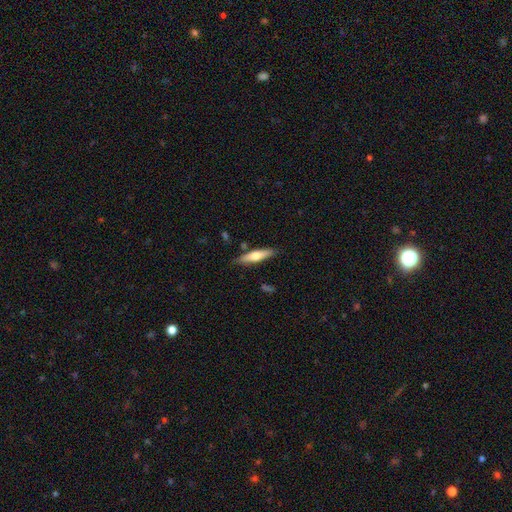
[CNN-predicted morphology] type=smooth (57%); roundness=cigar-shaped (76%); merging=none (84%).